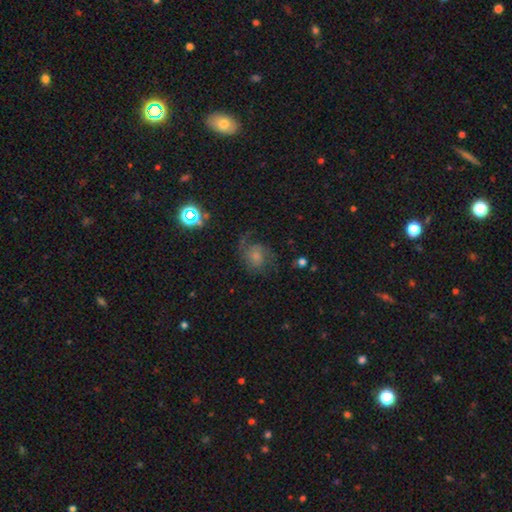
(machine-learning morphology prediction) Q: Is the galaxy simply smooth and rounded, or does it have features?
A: featured or disk — 59%.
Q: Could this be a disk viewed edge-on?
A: no — 97%.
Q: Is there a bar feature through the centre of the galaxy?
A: no — 71%.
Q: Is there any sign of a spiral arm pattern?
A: yes — 89%.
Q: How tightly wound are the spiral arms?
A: medium — 48%.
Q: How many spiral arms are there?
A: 2 — 61%.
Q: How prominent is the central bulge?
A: small — 43%.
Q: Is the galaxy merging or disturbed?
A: none — 57%.